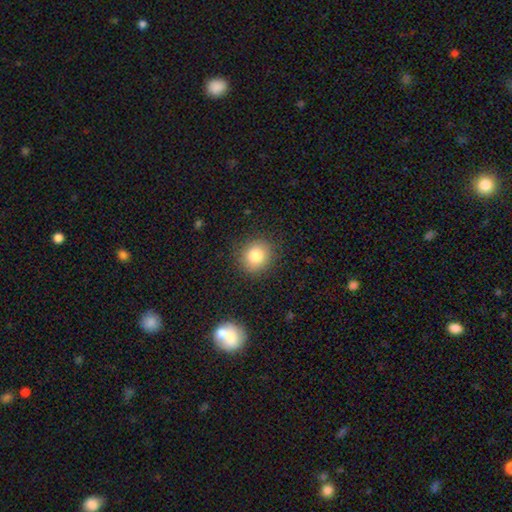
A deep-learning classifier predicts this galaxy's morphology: This appears to be a smooth galaxy with no disk features (82%) that is round (85%). Merging: none (88%).